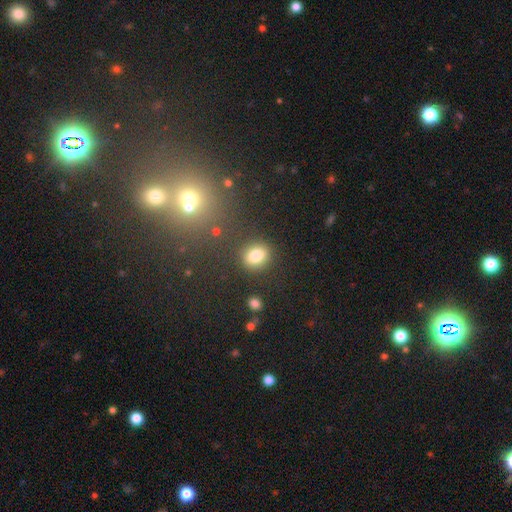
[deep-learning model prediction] smooth 83%, star or artifact 10%, featured or disk 7%. Down the decision tree: how rounded — round (54%); merging — none (82%).